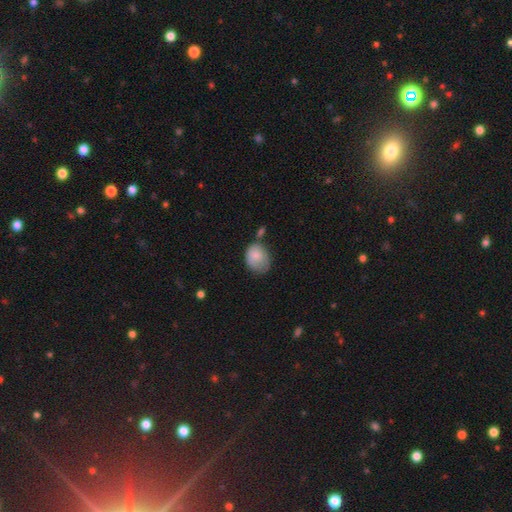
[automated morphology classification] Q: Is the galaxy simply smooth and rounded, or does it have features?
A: smooth — 83%.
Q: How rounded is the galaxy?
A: in between — 57%.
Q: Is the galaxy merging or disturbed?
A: none — 43%.